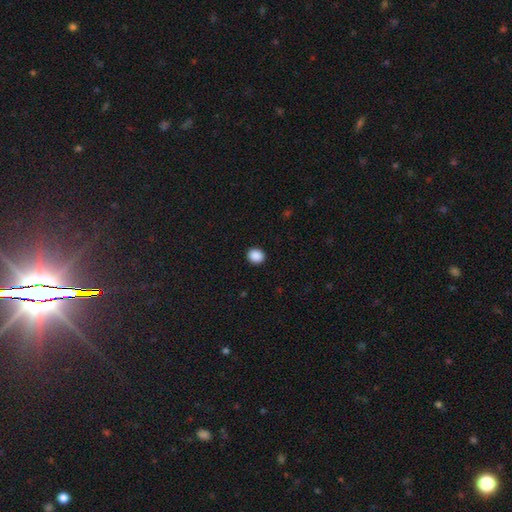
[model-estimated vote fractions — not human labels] A smooth galaxy with no disk features (89%) that is round (67%). Merging: none (92%).